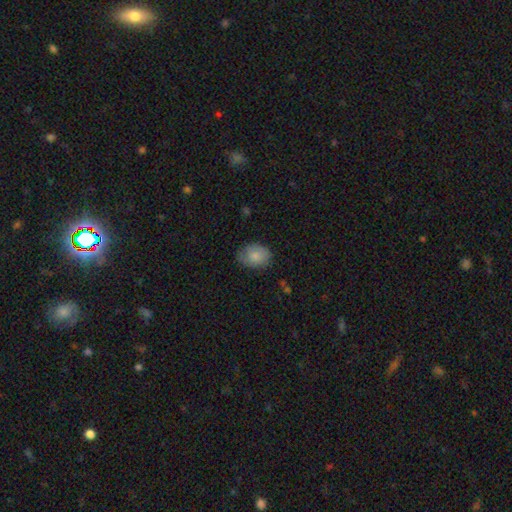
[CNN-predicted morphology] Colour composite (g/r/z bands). It shows a smooth galaxy with no disk features (81%) that is in between round and cigar-shaped (70%). Merging: none (72%).